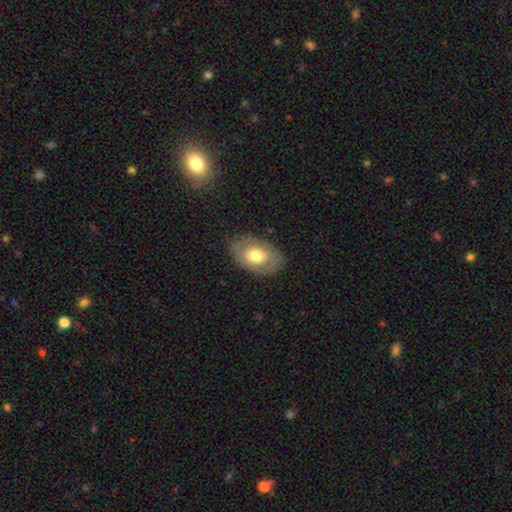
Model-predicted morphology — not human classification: Q: Smooth or featured?
A: smooth (48%); runner-up: featured or disk (46%)
Q: Merging?
A: none (80%); runner-up: minor disturbance (14%)